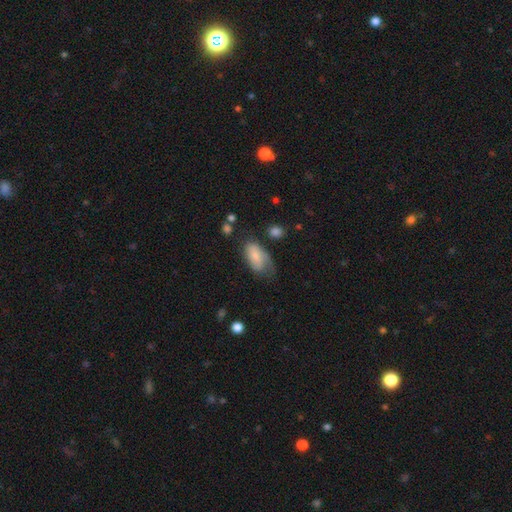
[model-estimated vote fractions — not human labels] smooth 68%, featured or disk 25%, star or artifact 7%. Down the decision tree: how rounded — in between (92%); merging — none (38%).